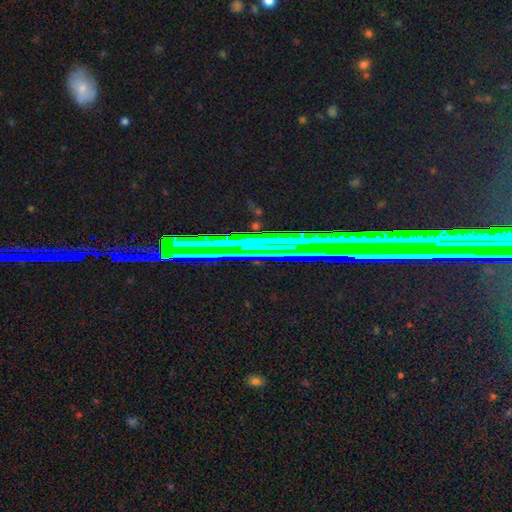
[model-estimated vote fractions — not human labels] The model was most divided on "smooth or featured": star or artifact: 74%, featured or disk: 18%, smooth: 8%.